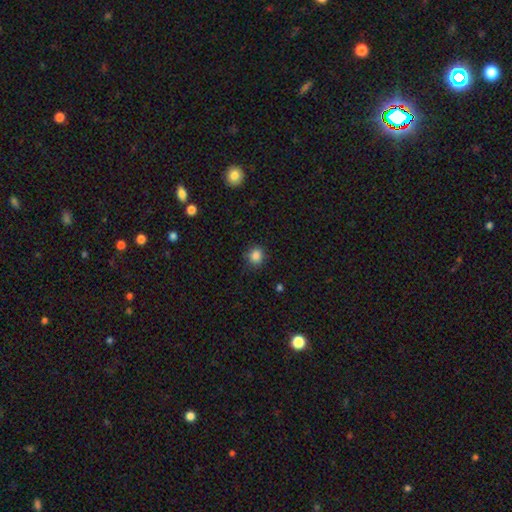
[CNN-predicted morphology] Smooth or featured: smooth — 85% (star or artifact — 11%)
How rounded: round — 82% (in between — 17%)
Merging: none — 85% (minor disturbance — 11%)